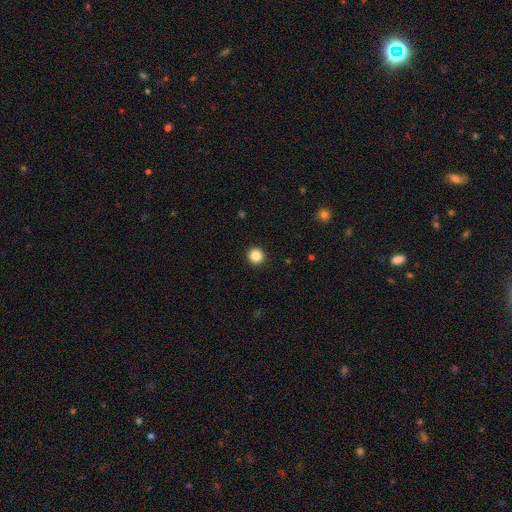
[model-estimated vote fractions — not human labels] smooth 86%, star or artifact 11%, featured or disk 3%. Down the decision tree: how rounded — round (94%); merging — none (93%).